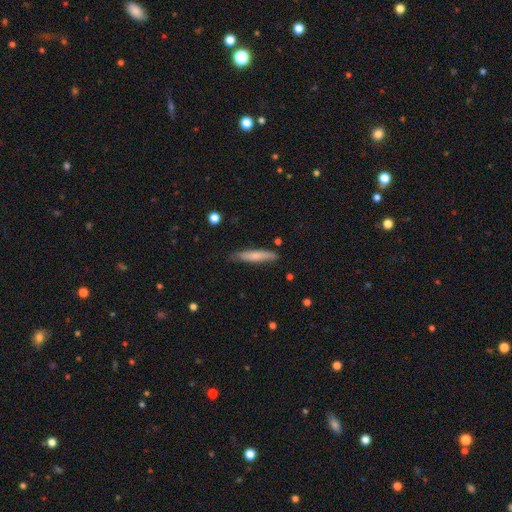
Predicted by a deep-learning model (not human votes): smooth-or-featured: smooth: 68% | featured or disk: 26% | star or artifact: 6%
  how-rounded: cigar-shaped: 89% | in between: 10% | round: 1%
  merging: none: 80% | minor disturbance: 16% | major disturbance: 2% | merger: 2%